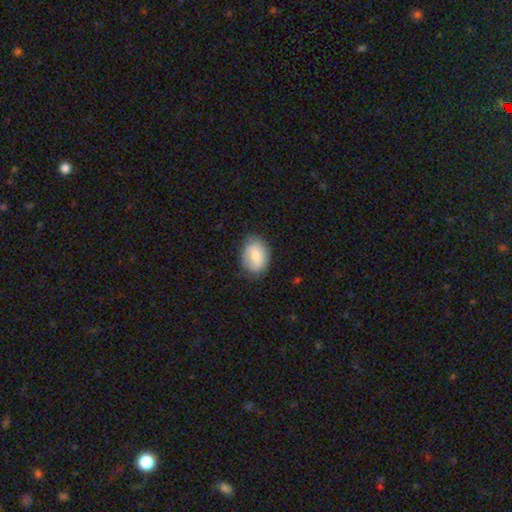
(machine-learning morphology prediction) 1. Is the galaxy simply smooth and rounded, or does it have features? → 77% smooth, 16% featured or disk, 7% star or artifact.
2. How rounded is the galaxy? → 68% in between, 31% round, 1% cigar-shaped.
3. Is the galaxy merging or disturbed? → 73% none, 22% minor disturbance, 5% major disturbance, 1% merger.